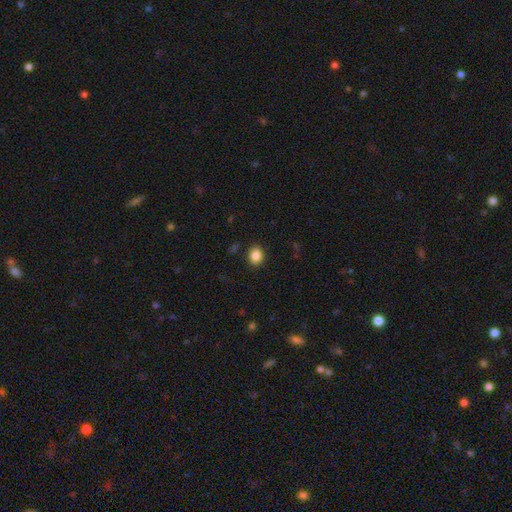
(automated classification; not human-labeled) The model was most divided on "how rounded": round: 60%, in between: 39%, cigar-shaped: 1%. More confident: merging — none (89%); smooth or featured — smooth (87%).